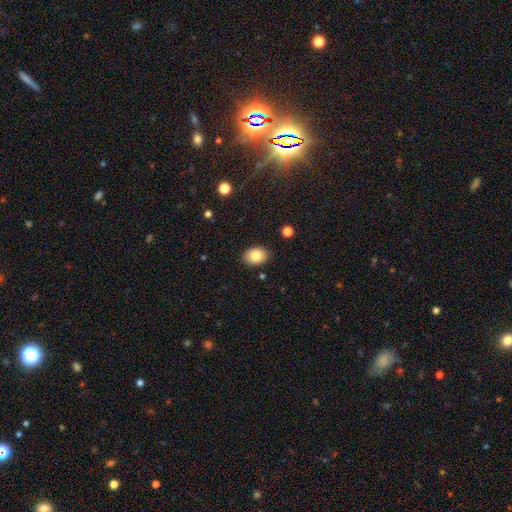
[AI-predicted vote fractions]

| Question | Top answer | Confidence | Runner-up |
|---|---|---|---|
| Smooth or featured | smooth | 83% | featured or disk (8%) |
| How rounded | in between | 73% | round (26%) |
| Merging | none | 88% | minor disturbance (9%) |